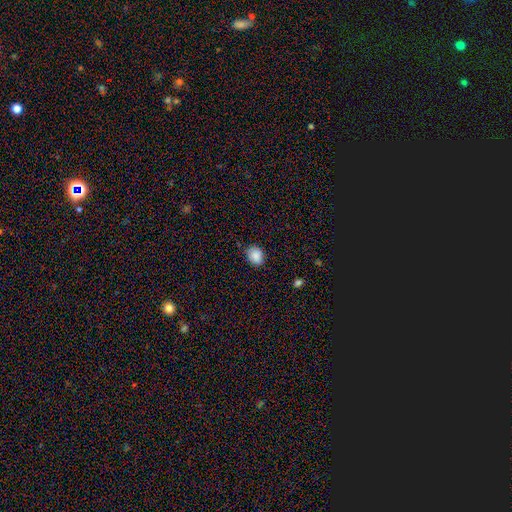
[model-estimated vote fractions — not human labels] Smooth or featured? Predicted: smooth (p=0.86). How rounded? Predicted: in between (p=0.53). Merging? Predicted: none (p=0.79).